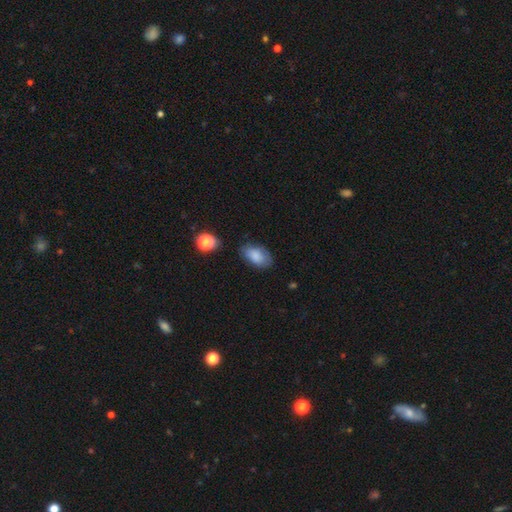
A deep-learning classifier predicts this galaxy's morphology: The model was most divided on "merging": none: 66%, minor disturbance: 25%, major disturbance: 6%, merger: 4%. More confident: how rounded — in between (92%); smooth or featured — smooth (83%).